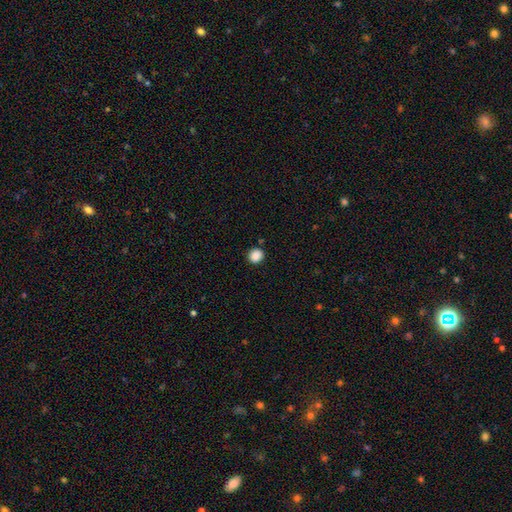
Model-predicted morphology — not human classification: This appears to be a smooth galaxy with no disk features (88%) that is round (87%). Merging: none (89%).